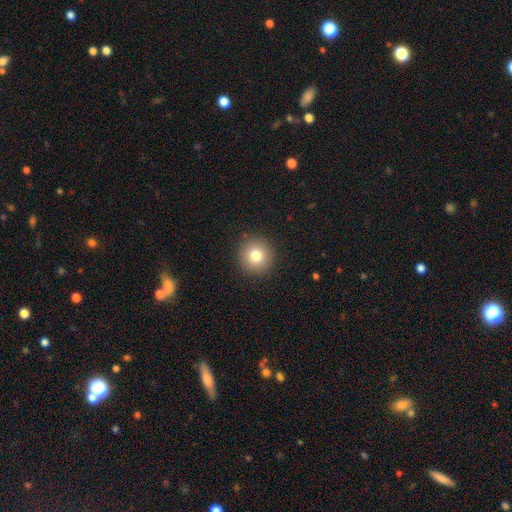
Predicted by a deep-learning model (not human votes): Smooth or featured?
  - smooth: 80% *
  - star or artifact: 11%
  - featured or disk: 9%
How rounded?
  - round: 94% *
  - in between: 5%
  - cigar-shaped: 1%
Merging?
  - none: 91% *
  - minor disturbance: 6%
  - major disturbance: 2%
  - merger: 1%